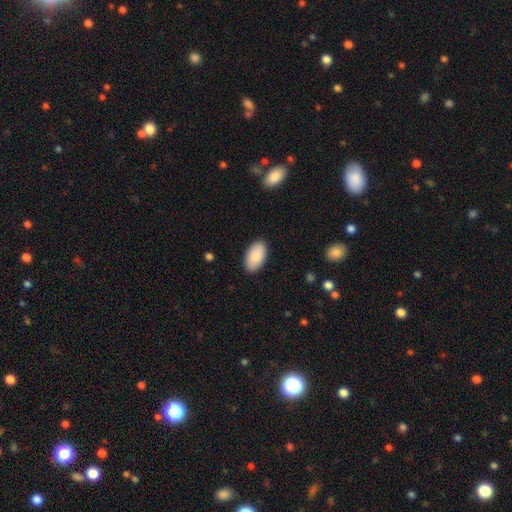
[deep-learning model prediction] Smooth or featured: smooth — 88% (featured or disk — 6%)
How rounded: in between — 96% (round — 3%)
Merging: none — 89% (minor disturbance — 8%)